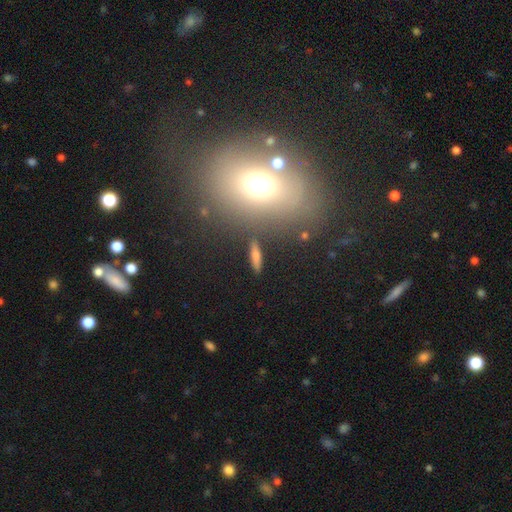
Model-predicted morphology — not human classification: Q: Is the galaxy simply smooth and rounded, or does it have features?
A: smooth — 67%.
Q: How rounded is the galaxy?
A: cigar-shaped — 70%.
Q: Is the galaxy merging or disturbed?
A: none — 86%.